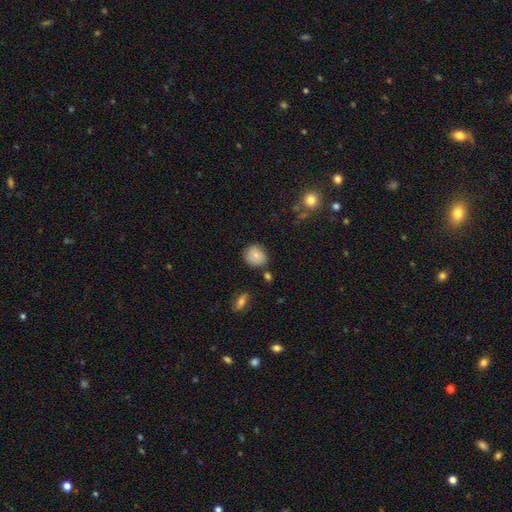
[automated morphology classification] smooth_or_featured: smooth (p=0.77) [alt: featured or disk p=0.13]
how_rounded: round (p=0.73) [alt: in between p=0.26]
merging: none (p=0.72) [alt: minor disturbance p=0.19]